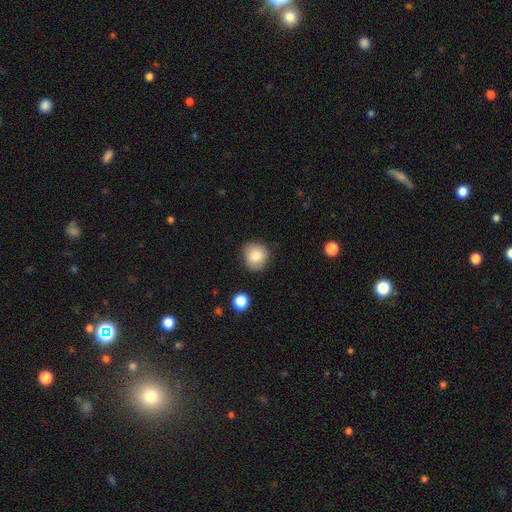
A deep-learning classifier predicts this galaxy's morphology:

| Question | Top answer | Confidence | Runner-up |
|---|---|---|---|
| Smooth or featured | smooth | 85% | star or artifact (8%) |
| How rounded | round | 85% | in between (14%) |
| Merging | none | 81% | minor disturbance (14%) |